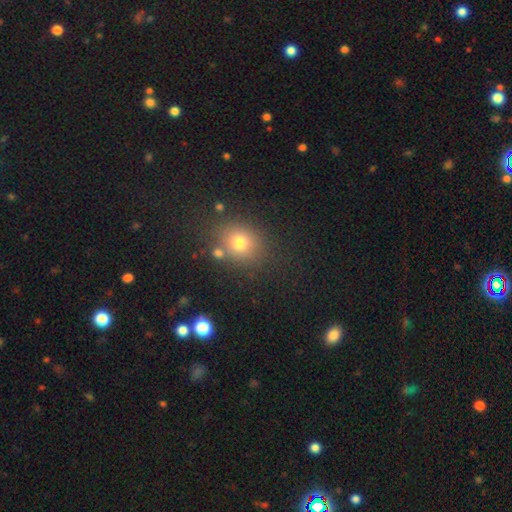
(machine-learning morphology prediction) A smooth galaxy with no disk features (66%) that is round (71%). Merging: none (81%).